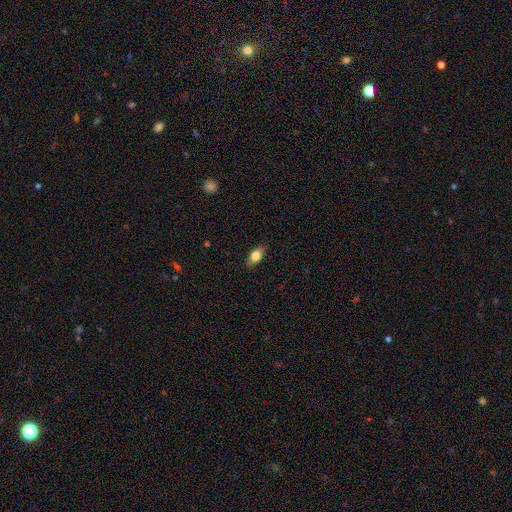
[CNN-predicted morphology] smooth_or_featured: smooth (p=0.75) [alt: featured or disk p=0.17]
how_rounded: in between (p=0.82) [alt: cigar-shaped p=0.10]
merging: none (p=0.83) [alt: minor disturbance p=0.13]